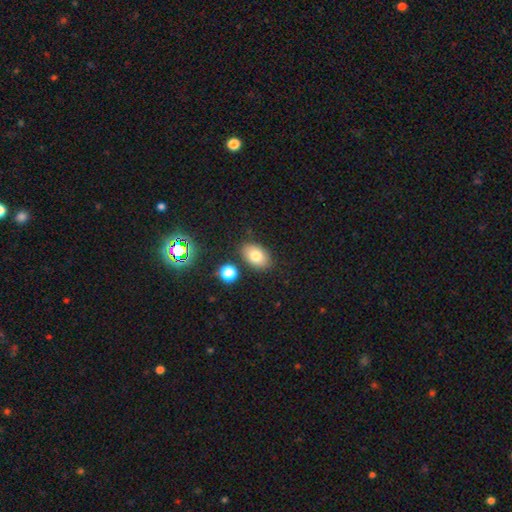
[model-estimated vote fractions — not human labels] Smooth or featured: smooth — 78% (featured or disk — 11%)
How rounded: in between — 87% (round — 12%)
Merging: none — 82% (minor disturbance — 10%)